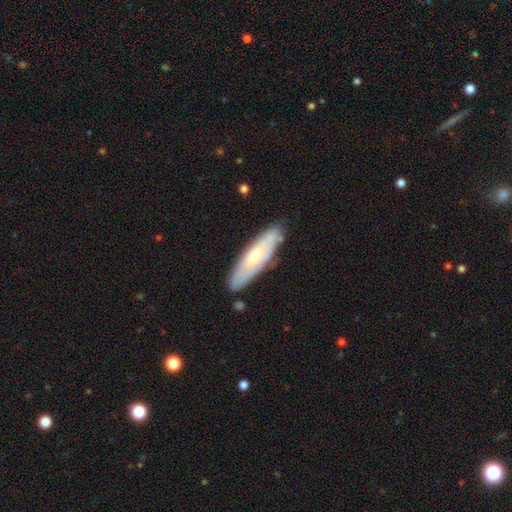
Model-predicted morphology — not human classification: type=smooth (52%); roundness=cigar-shaped (66%); merging=none (80%).